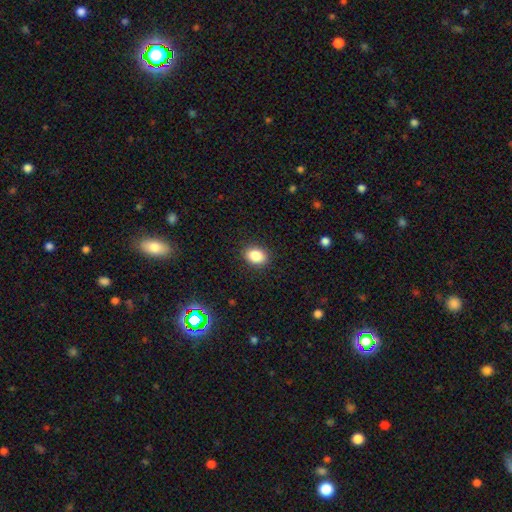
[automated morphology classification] A smooth galaxy with no disk features (86%) that is in between round and cigar-shaped (72%). Merging: none (89%).